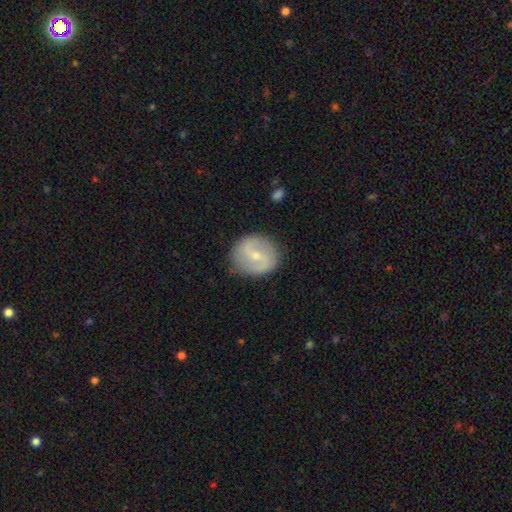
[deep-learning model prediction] A featured or disk galaxy (66%) with a weak bar (50%), spiral arms (77%) and a small central bulge (63%). Merging: none (85%).